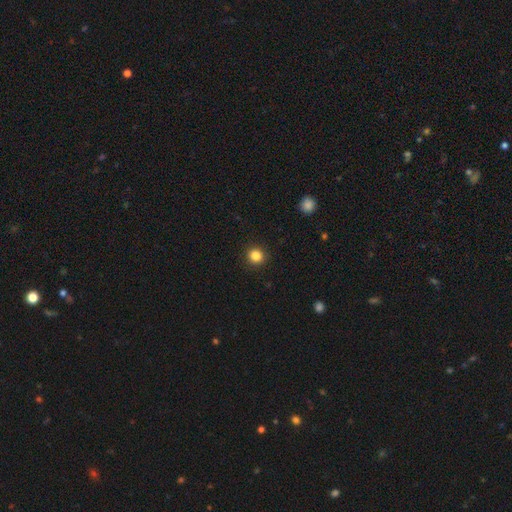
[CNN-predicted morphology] Overall: smooth (84%). How rounded: round (93%). Merging: none (92%).